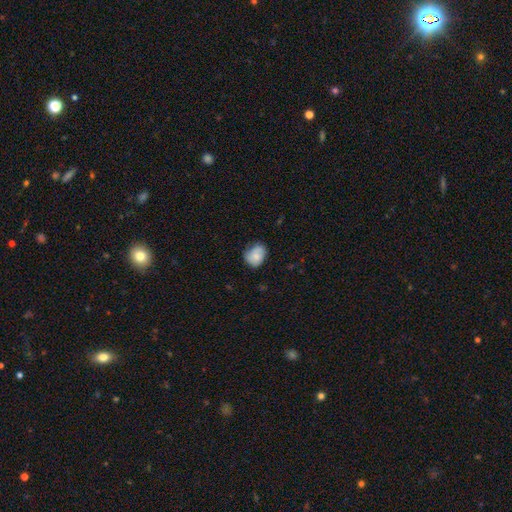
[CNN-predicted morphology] Smooth or featured: smooth — 71% (featured or disk — 21%)
How rounded: in between — 50% (round — 49%)
Merging: none — 60% (minor disturbance — 31%)